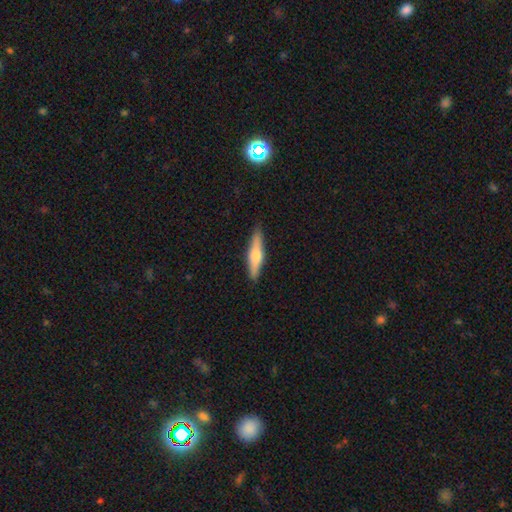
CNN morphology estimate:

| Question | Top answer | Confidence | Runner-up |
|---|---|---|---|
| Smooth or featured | featured or disk | 51% | smooth (44%) |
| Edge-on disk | yes | 95% | no (5%) |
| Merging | none | 90% | minor disturbance (8%) |